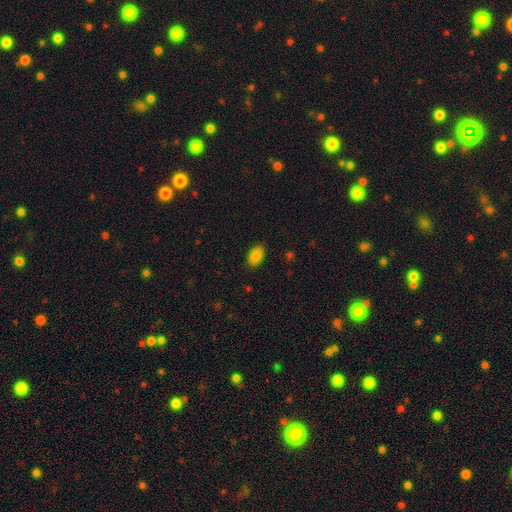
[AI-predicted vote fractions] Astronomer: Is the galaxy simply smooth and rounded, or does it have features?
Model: smooth — 87%.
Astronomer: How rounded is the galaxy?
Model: in between — 90%.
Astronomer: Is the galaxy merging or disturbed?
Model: none — 87%.